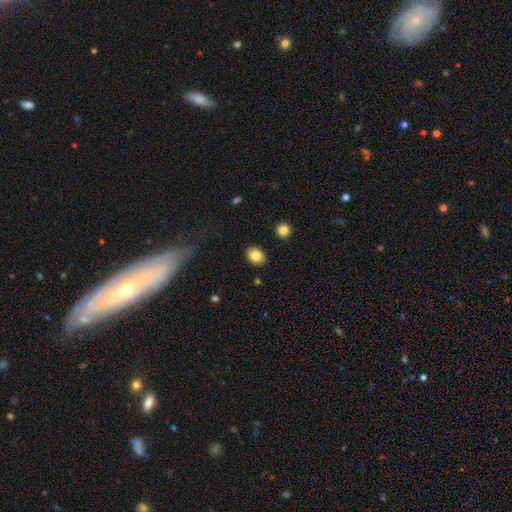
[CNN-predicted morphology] Smooth or featured? Predicted: smooth (p=0.83). How rounded? Predicted: in between (p=0.53). Merging? Predicted: none (p=0.89).